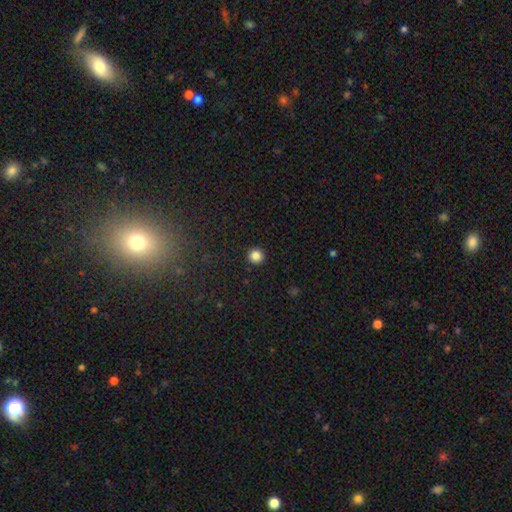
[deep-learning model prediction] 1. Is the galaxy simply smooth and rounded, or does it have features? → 85% smooth, 12% star or artifact, 4% featured or disk.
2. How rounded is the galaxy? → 95% round, 4% in between, 1% cigar-shaped.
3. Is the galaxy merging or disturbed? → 93% none, 4% minor disturbance, 2% major disturbance, 1% merger.